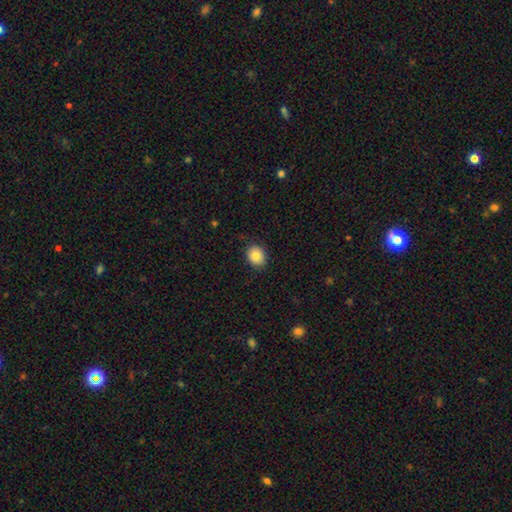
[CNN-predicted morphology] Q: Smooth or featured?
A: smooth (84%); runner-up: star or artifact (9%)
Q: How rounded?
A: round (61%); runner-up: in between (38%)
Q: Merging?
A: none (86%); runner-up: minor disturbance (11%)